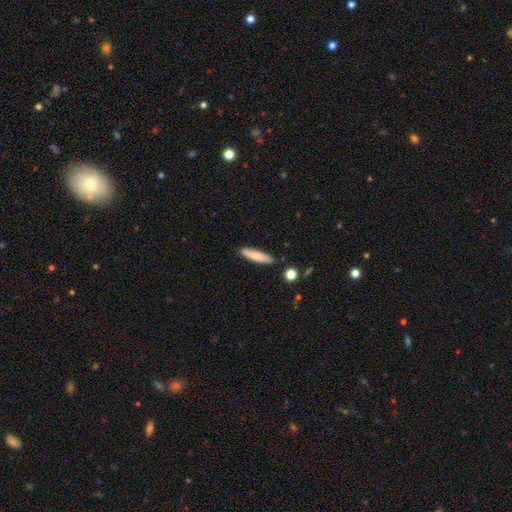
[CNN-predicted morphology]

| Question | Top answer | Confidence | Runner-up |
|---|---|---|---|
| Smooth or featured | smooth | 80% | featured or disk (14%) |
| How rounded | cigar-shaped | 81% | in between (17%) |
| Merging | none | 87% | minor disturbance (9%) |